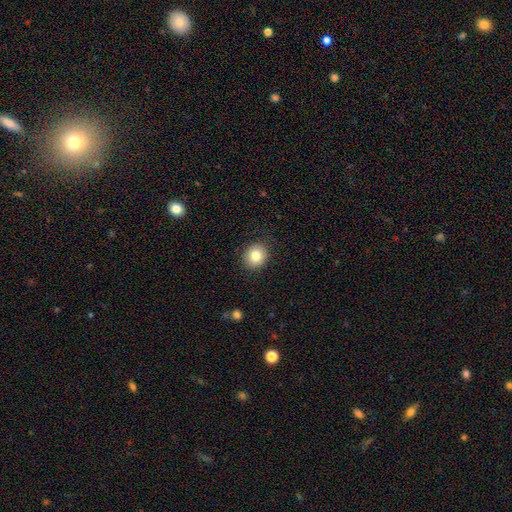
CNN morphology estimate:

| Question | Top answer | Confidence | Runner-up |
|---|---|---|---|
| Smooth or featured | smooth | 82% | star or artifact (9%) |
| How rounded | round | 75% | in between (24%) |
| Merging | none | 88% | minor disturbance (9%) |